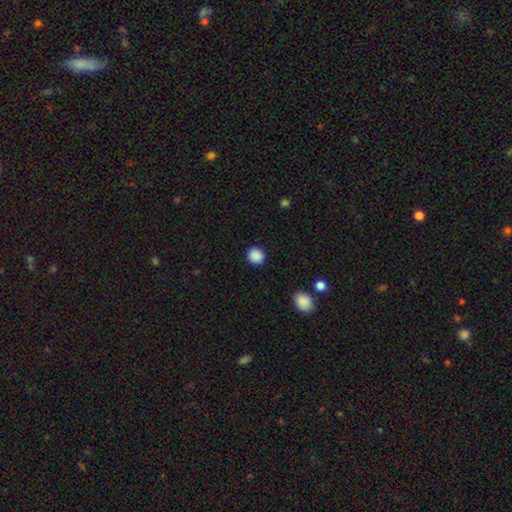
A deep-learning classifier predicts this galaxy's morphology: smooth_or_featured: smooth (p=0.89) [alt: star or artifact p=0.09]
how_rounded: round (p=0.86) [alt: in between p=0.13]
merging: none (p=0.91) [alt: minor disturbance p=0.06]